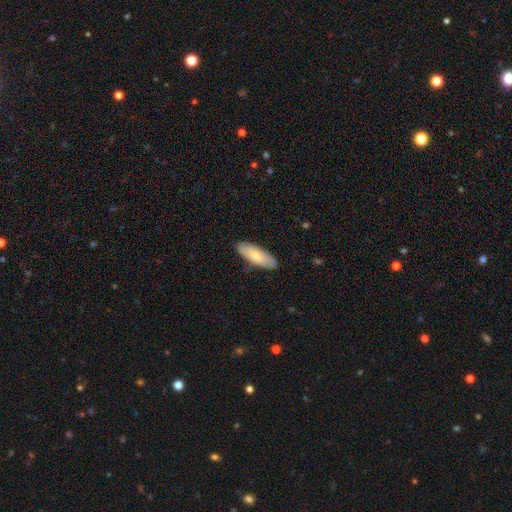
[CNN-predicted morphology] The model was most divided on "smooth or featured": smooth: 69%, featured or disk: 25%, star or artifact: 5%. More confident: merging — none (86%); how rounded — in between (72%).